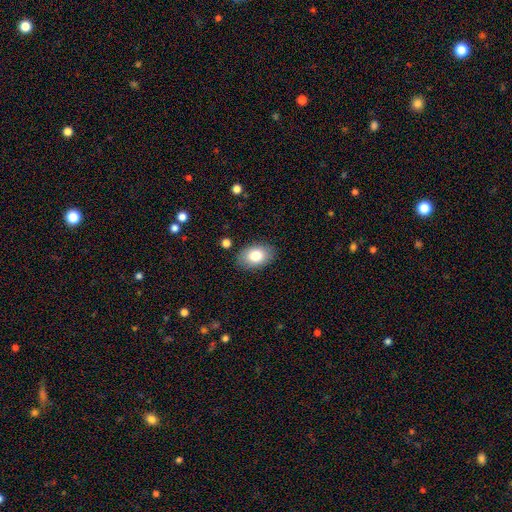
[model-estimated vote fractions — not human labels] A smooth galaxy with no disk features (81%) that is in between round and cigar-shaped (87%). Merging: none (85%).